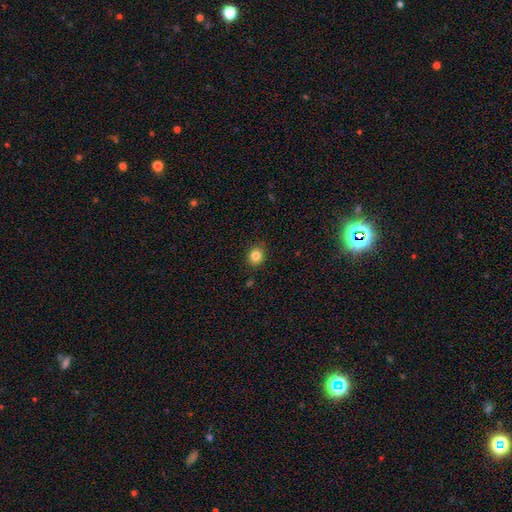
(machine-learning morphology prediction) type=smooth (84%); roundness=round (78%); merging=none (87%).